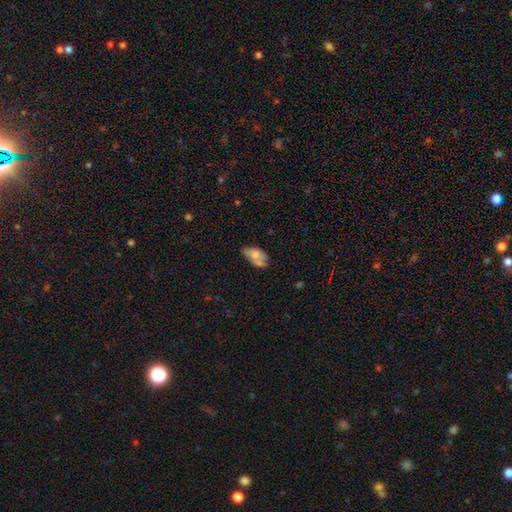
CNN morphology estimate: Overall: smooth (65%; featured or disk 27%). How rounded: in between (91%). Merging: none (35%; minor disturbance 26%).